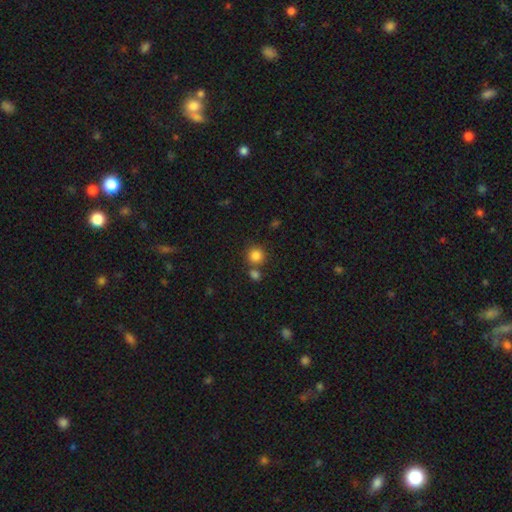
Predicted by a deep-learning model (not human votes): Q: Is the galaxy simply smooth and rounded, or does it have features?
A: smooth — 84%.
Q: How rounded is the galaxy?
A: round — 91%.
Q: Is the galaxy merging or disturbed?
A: none — 69%.